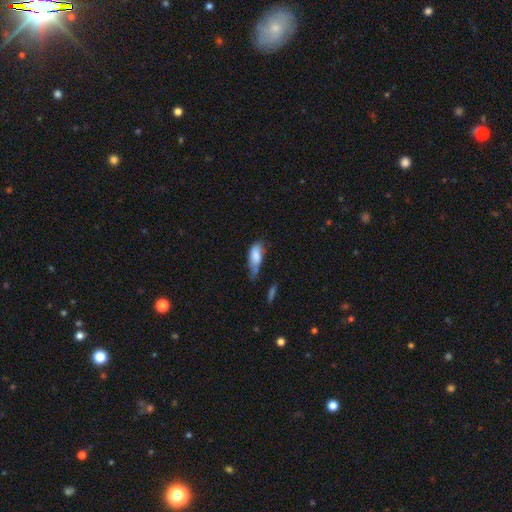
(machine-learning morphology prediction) smooth_or_featured: smooth (p=0.78) [alt: featured or disk p=0.14]
how_rounded: in between (p=0.83) [alt: cigar-shaped p=0.14]
merging: minor disturbance (p=0.41) [alt: none p=0.25]